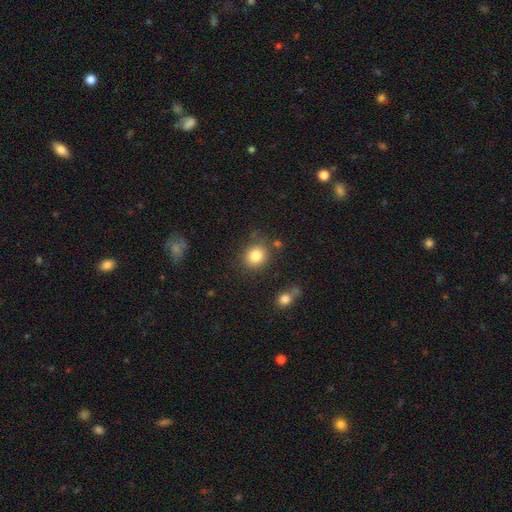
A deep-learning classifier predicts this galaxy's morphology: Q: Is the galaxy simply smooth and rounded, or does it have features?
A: smooth — 84%.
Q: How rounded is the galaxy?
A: round — 76%.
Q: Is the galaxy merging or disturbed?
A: none — 81%.